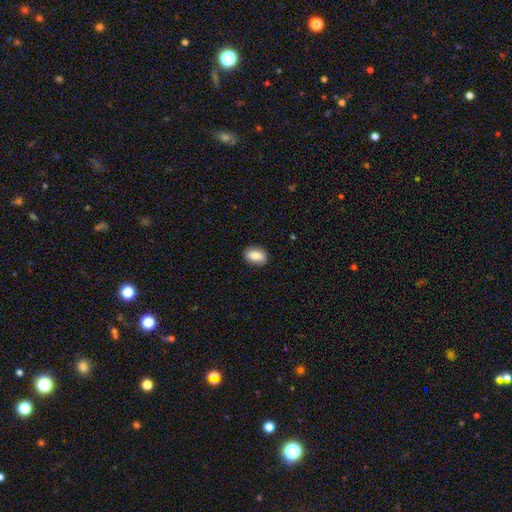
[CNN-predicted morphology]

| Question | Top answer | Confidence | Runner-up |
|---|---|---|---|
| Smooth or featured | smooth | 84% | featured or disk (9%) |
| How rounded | in between | 86% | round (11%) |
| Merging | none | 87% | minor disturbance (10%) |